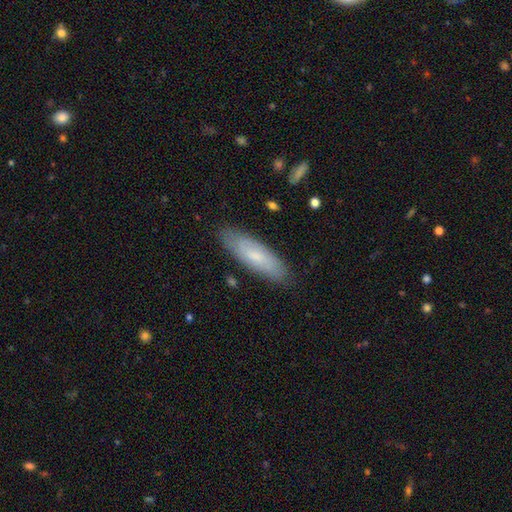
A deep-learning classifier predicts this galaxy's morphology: smooth_or_featured: smooth (p=0.62) [alt: featured or disk p=0.32]
how_rounded: in between (p=0.51) [alt: cigar-shaped p=0.48]
merging: none (p=0.83) [alt: minor disturbance p=0.13]